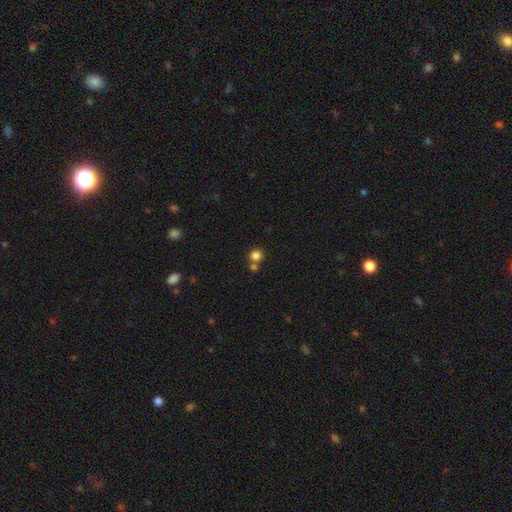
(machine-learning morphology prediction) A smooth galaxy with no disk features (82%) that is round (89%). Merging: none (60%).